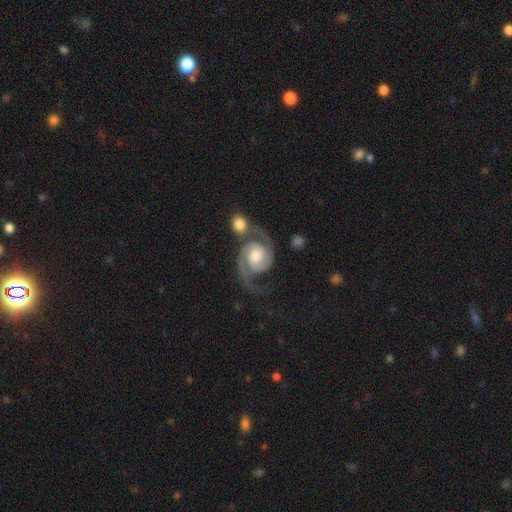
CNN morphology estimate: A featured or disk galaxy (91%) with no bar (65%), 2 (94%) medium (53%) spiral arms (98%) and a moderate central bulge (55%).

Vote fractions:
- Smooth or featured? featured or disk: 91% / smooth: 5% / star or artifact: 4%
- Edge-on disk? no: 98% / yes: 2%
- Bar? no: 65% / weak: 28% / strong: 7%
- Spiral arms? yes: 98% / no: 2%
- Spiral winding? medium: 53% / tight: 28% / loose: 19%
- Spiral arm count? 2: 94% / can't tell: 2% / 1: 1% / 3: 1% / 4: 1% / more than 4: 1%
- Bulge size? moderate: 55% / large: 25% / small: 14% / none: 4% / dominant: 3%
- Merging? none: 53% / merger: 22% / minor disturbance: 15% / major disturbance: 10%